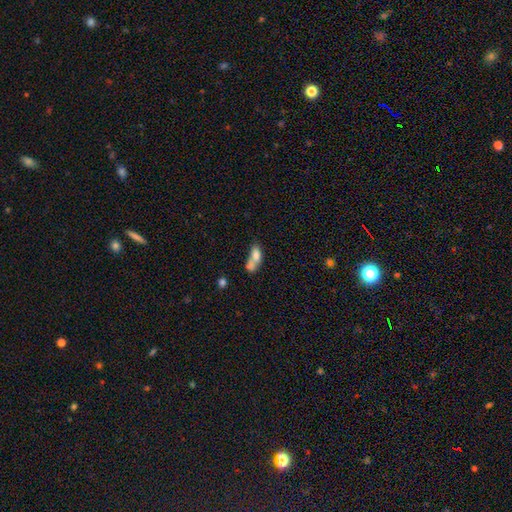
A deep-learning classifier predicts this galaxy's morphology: A smooth galaxy with no disk features (70%) that is in between round and cigar-shaped (77%).

Vote fractions:
- Smooth or featured? smooth: 70% / featured or disk: 20% / star or artifact: 10%
- How rounded? in between: 77% / cigar-shaped: 13% / round: 10%
- Merging? merger: 62% / none: 19% / minor disturbance: 10% / major disturbance: 9%